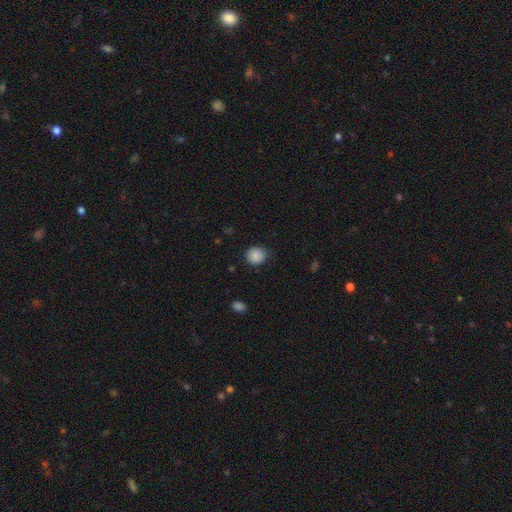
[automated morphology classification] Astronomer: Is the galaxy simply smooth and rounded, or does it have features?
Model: smooth — 87%.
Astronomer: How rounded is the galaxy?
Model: round — 86%.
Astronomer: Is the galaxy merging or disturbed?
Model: none — 82%.